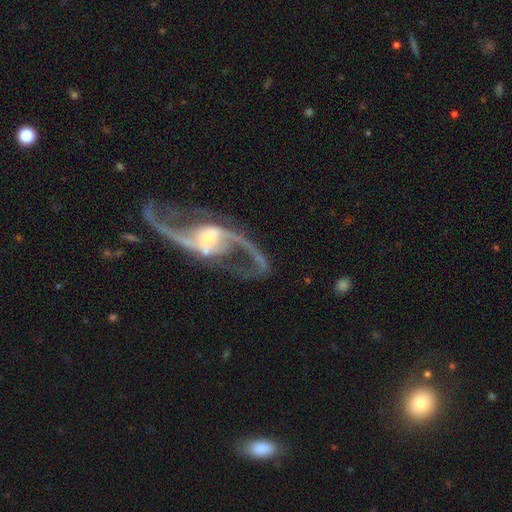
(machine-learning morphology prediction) Smooth or featured?
  - featured or disk: 93% *
  - star or artifact: 5%
  - smooth: 3%
Edge-on disk?
  - no: 96% *
  - yes: 4%
Bar?
  - weak: 39% *
  - no: 34%
  - strong: 27%
Spiral arms?
  - yes: 98% *
  - no: 2%
Spiral winding?
  - loose: 64% *
  - medium: 30%
  - tight: 6%
Spiral arm count?
  - 2: 94% *
  - can't tell: 1%
  - 3: 1%
  - 1: 1%
  - 4: 1%
  - more than 4: 1%
Bulge size?
  - moderate: 42% * (tied)
  - small: 42% * (tied)
  - large: 9%
  - none: 5%
  - dominant: 2%
Merging?
  - none: 74% *
  - minor disturbance: 12%
  - major disturbance: 10%
  - merger: 3%